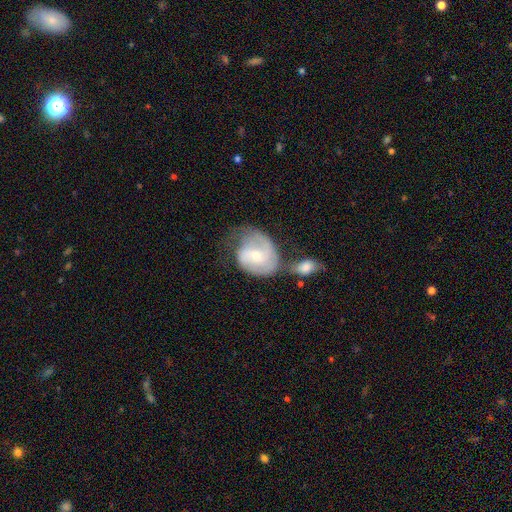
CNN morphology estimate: smooth_or_featured: featured or disk (p=0.68) [alt: smooth p=0.26]
disk_edge_on: no (p=0.97) [alt: yes p=0.03]
bar: no (p=0.45) [alt: weak p=0.44]
has_spiral_arms: yes (p=0.87) [alt: no p=0.13]
spiral_winding: medium (p=0.44) [alt: tight p=0.30]
spiral_arm_count: 2 (p=0.66) [alt: can't tell p=0.17]
bulge_size: small (p=0.50) [alt: moderate p=0.44]
merging: merger (p=0.34) [alt: none p=0.27]